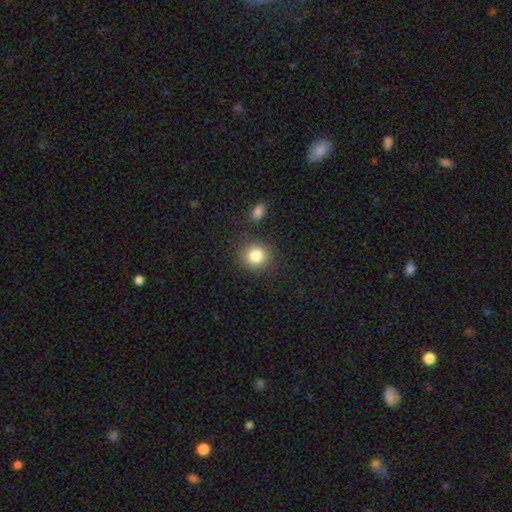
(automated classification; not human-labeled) smooth-or-featured: smooth: 84% | star or artifact: 10% | featured or disk: 6%
  how-rounded: round: 86% | in between: 13% | cigar-shaped: 1%
  merging: none: 84% | minor disturbance: 9% | merger: 4% | major disturbance: 3%